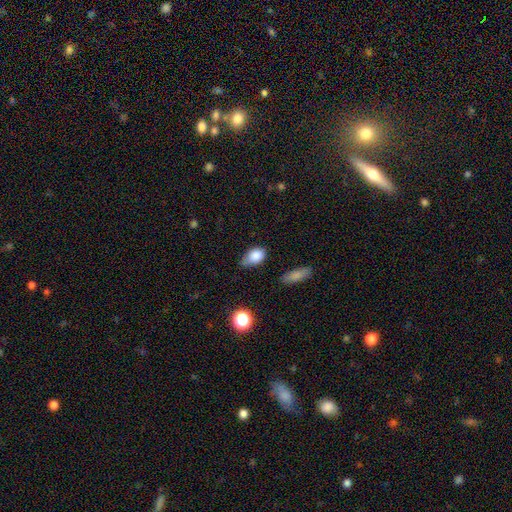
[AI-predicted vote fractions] Q: Smooth or featured?
A: smooth (83%); runner-up: star or artifact (9%)
Q: How rounded?
A: in between (84%); runner-up: round (14%)
Q: Merging?
A: none (43%); tied with: minor disturbance (43%)